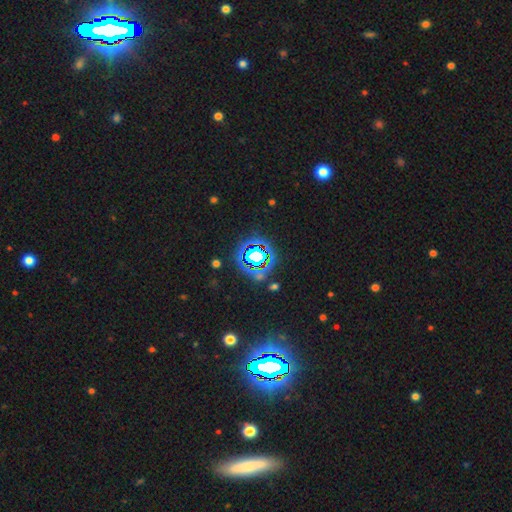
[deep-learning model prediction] Smooth or featured? Predicted: star or artifact (p=0.75).